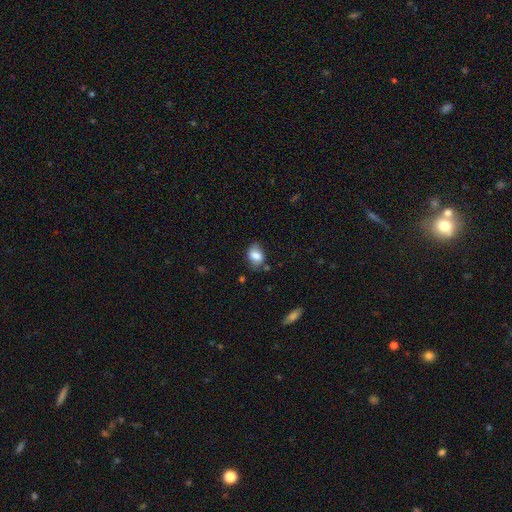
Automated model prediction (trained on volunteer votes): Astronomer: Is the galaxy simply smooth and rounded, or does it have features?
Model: smooth — 76%.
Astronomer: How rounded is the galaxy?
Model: in between — 78%.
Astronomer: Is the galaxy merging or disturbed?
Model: none — 65%.